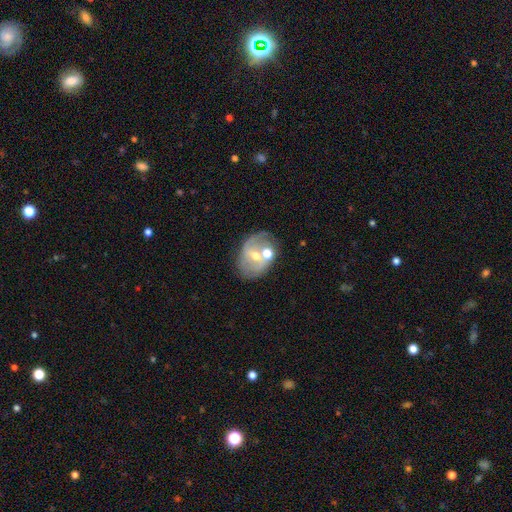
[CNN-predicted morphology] The model was most divided on "bar": weak: 44%, no: 35%, strong: 20%. More confident: edge-on disk — no (96%); spiral arms — yes (66%); smooth or featured — featured or disk (64%); bulge size — moderate (64%); merging — none (53%).